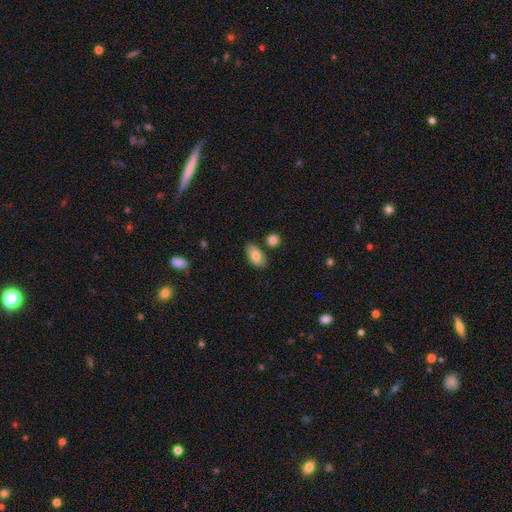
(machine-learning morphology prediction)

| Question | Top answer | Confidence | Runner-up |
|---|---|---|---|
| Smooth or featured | smooth | 80% | featured or disk (13%) |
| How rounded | in between | 91% | round (5%) |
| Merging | none | 75% | minor disturbance (15%) |